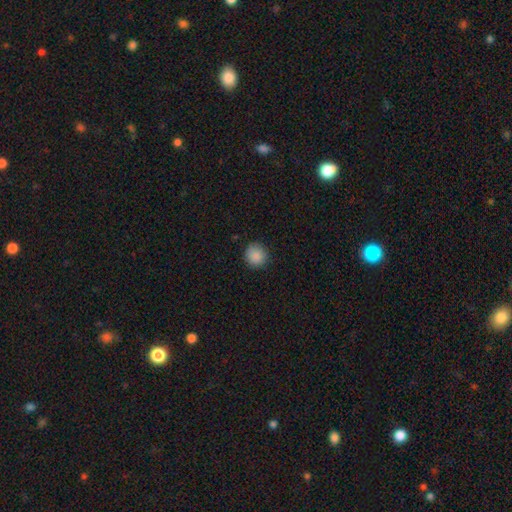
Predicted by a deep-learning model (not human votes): smooth-or-featured: smooth: 88% | star or artifact: 9% | featured or disk: 3%
  how-rounded: round: 92% | in between: 7% | cigar-shaped: 1%
  merging: none: 88% | minor disturbance: 9% | major disturbance: 2% | merger: 1%